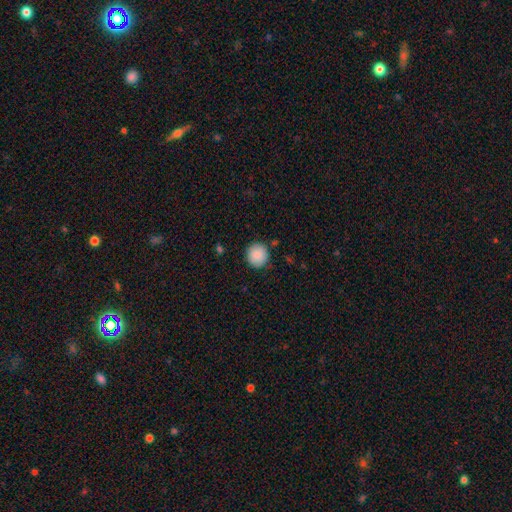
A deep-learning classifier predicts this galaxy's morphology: This is clearly a smooth galaxy (89%). How rounded: clearly round (92%). Merging: clearly none (88%).